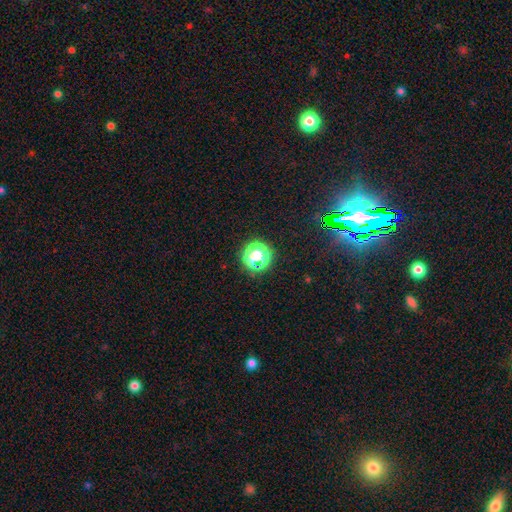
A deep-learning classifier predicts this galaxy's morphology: This is possibly a smooth galaxy (52%). How rounded: clearly round (91%). Merging: clearly none (83%).